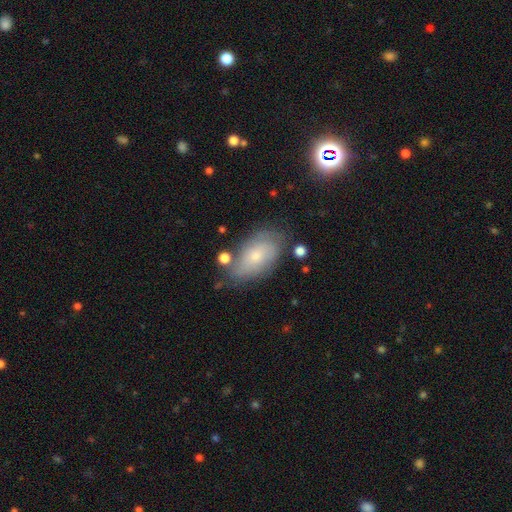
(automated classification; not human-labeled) smooth_or_featured: smooth (p=0.47) [alt: featured or disk p=0.44]
merging: none (p=0.66) [alt: minor disturbance p=0.22]